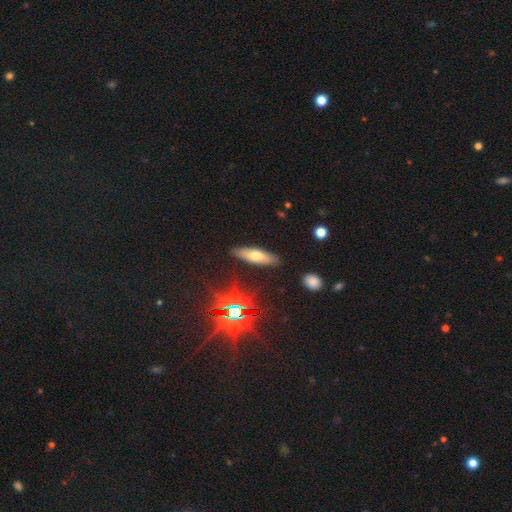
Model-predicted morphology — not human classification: Smooth or featured? Predicted: smooth (p=0.60). How rounded? Predicted: in between (p=0.49, tied with cigar-shaped). Merging? Predicted: none (p=0.85).